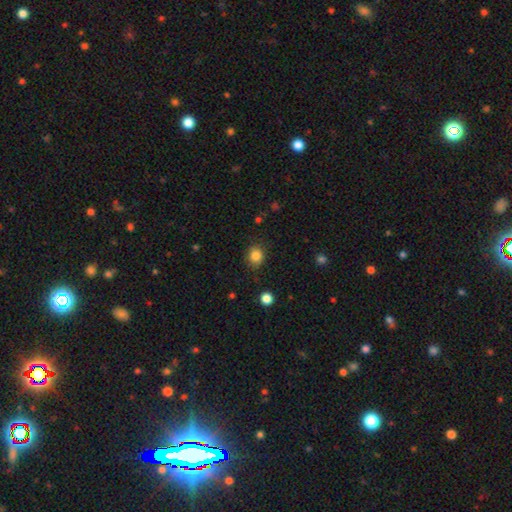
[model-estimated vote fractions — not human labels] Q: Smooth or featured?
A: smooth (85%); runner-up: star or artifact (11%)
Q: How rounded?
A: round (72%); runner-up: in between (27%)
Q: Merging?
A: none (85%); runner-up: minor disturbance (10%)